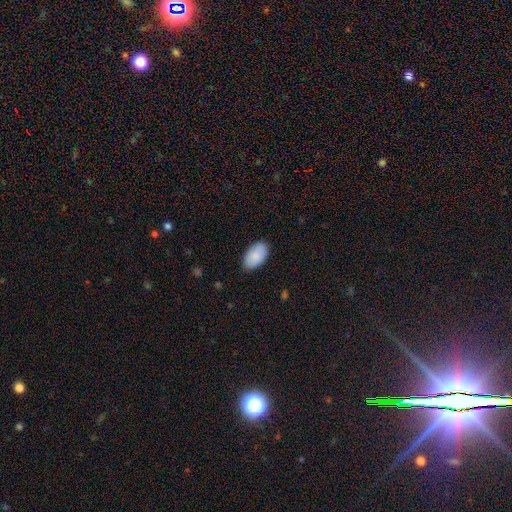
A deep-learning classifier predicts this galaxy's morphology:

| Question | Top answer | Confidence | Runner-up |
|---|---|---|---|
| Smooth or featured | smooth | 88% | star or artifact (6%) |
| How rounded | in between | 94% | round (4%) |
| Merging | none | 83% | minor disturbance (14%) |